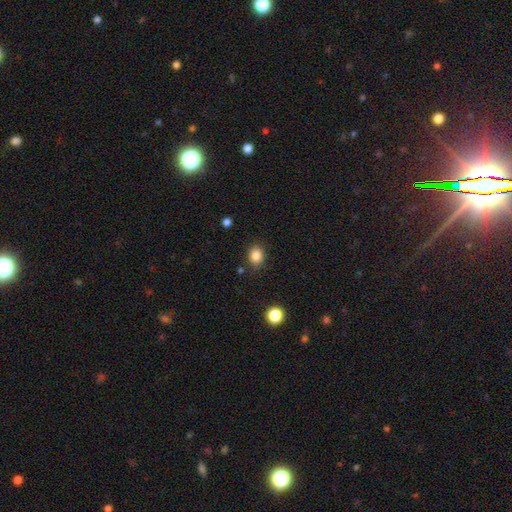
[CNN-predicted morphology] A smooth galaxy with no disk features (84%) that is round (55%).

Vote fractions:
- Smooth or featured? smooth: 84% / star or artifact: 11% / featured or disk: 5%
- How rounded? round: 55% / in between: 44% / cigar-shaped: 1%
- Merging? none: 85% / minor disturbance: 10% / major disturbance: 3% / merger: 2%